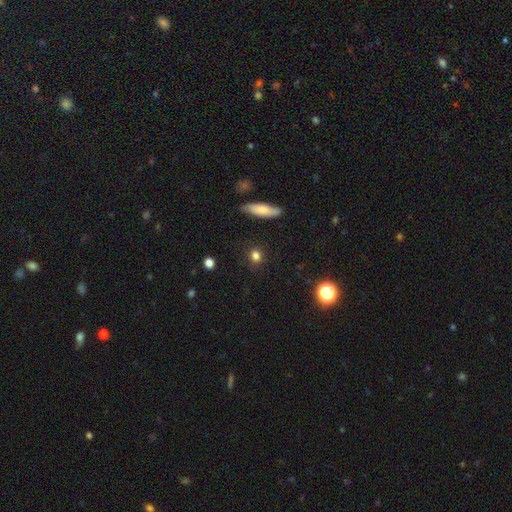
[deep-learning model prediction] Smooth or featured: smooth — 80% (star or artifact — 13%)
How rounded: round — 70% (in between — 25%)
Merging: none — 84% (minor disturbance — 10%)